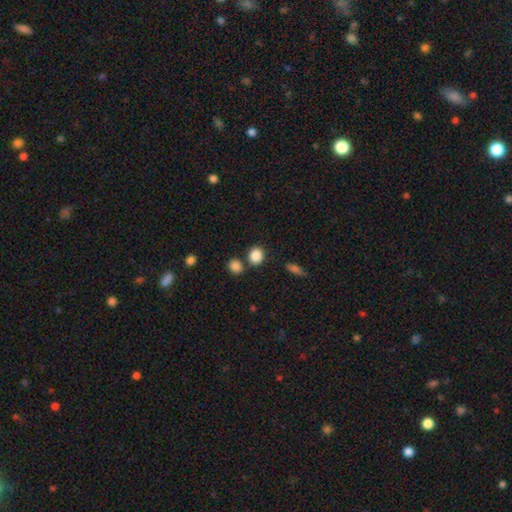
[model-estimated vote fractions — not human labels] Smooth or featured: smooth — 87% (star or artifact — 9%)
How rounded: round — 72% (in between — 26%)
Merging: none — 74% (merger — 14%)